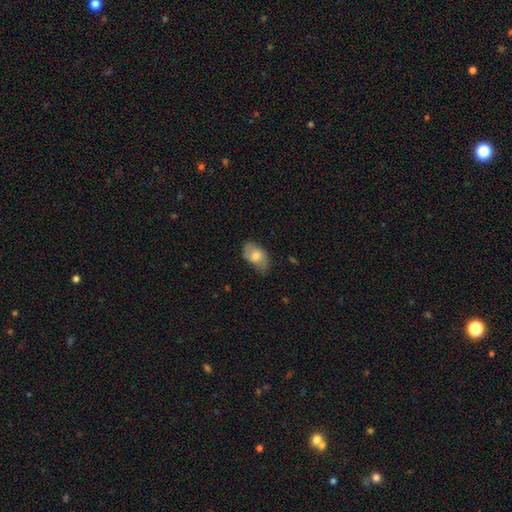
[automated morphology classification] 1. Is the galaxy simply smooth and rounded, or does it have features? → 66% smooth, 27% featured or disk, 7% star or artifact.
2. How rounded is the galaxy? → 90% in between, 8% round, 2% cigar-shaped.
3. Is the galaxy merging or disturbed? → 63% none, 28% minor disturbance, 8% major disturbance, 1% merger.